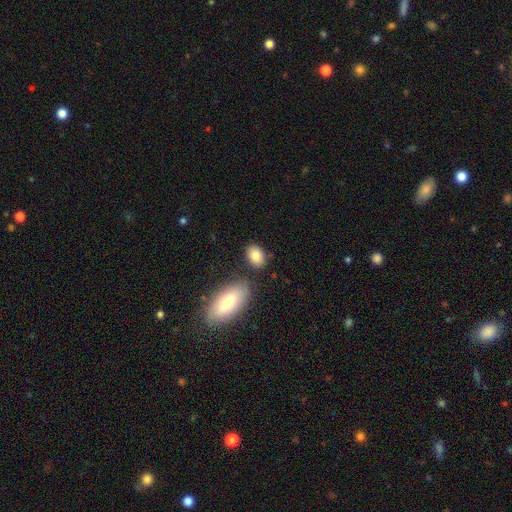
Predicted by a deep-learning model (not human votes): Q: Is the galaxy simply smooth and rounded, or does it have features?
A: smooth — 82%.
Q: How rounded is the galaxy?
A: in between — 79%.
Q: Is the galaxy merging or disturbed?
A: none — 77%.